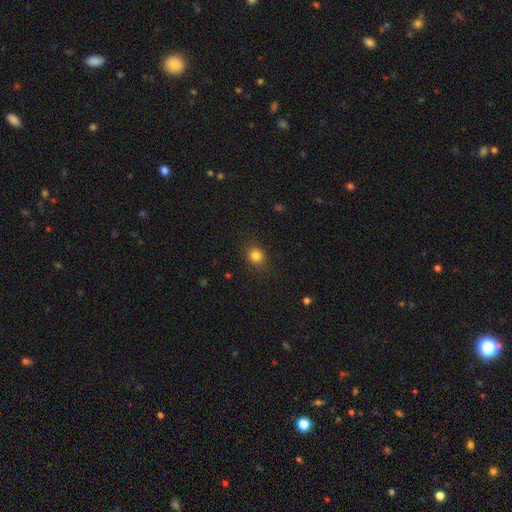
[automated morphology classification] Smooth or featured?
  - smooth: 83% *
  - star or artifact: 12%
  - featured or disk: 5%
How rounded?
  - round: 69% *
  - in between: 30%
  - cigar-shaped: 1%
Merging?
  - none: 86% *
  - minor disturbance: 10%
  - major disturbance: 3%
  - merger: 1%